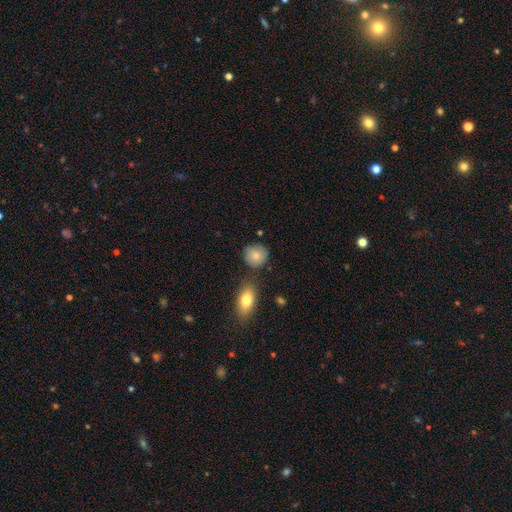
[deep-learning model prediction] Smooth or featured? smooth (82%)
How rounded? round (81%)
Merging? none (74%)